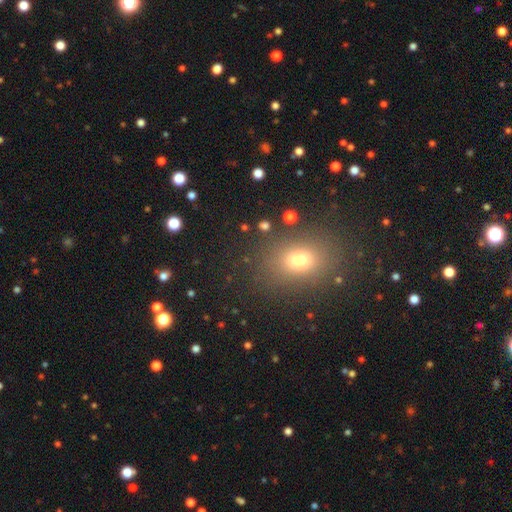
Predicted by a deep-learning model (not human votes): A smooth galaxy with no disk features (61%) that is in between round and cigar-shaped (57%). Merging: none (88%).